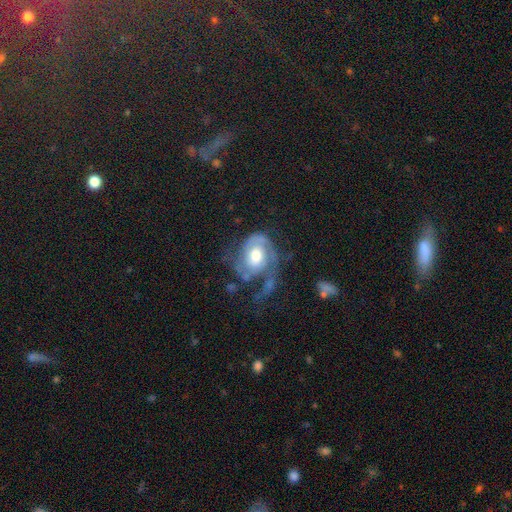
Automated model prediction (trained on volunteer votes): The model was most divided on "merging" (2-way tie): none: 37%, major disturbance: 37%, minor disturbance: 22%, merger: 4%. Remaining: edge-on disk — no (97%); spiral arms — yes (91%); smooth or featured — featured or disk (80%); bar — no (65%); bulge size — moderate (59%); spiral winding — tight (46%); spiral arm count — 2 (44%).